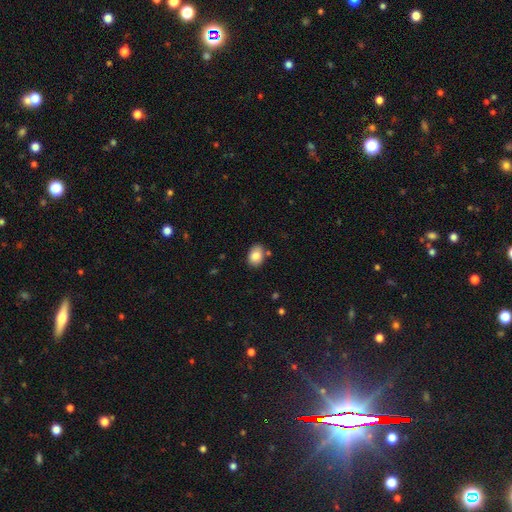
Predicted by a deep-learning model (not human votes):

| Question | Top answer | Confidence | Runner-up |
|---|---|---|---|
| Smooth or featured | smooth | 85% | star or artifact (8%) |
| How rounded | in between | 70% | round (29%) |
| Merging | none | 77% | minor disturbance (15%) |